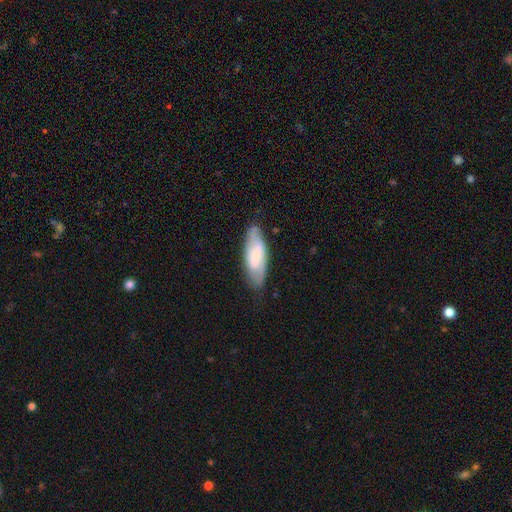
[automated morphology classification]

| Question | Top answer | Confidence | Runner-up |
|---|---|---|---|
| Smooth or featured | smooth | 49% | featured or disk (45%) |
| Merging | none | 76% | minor disturbance (19%) |